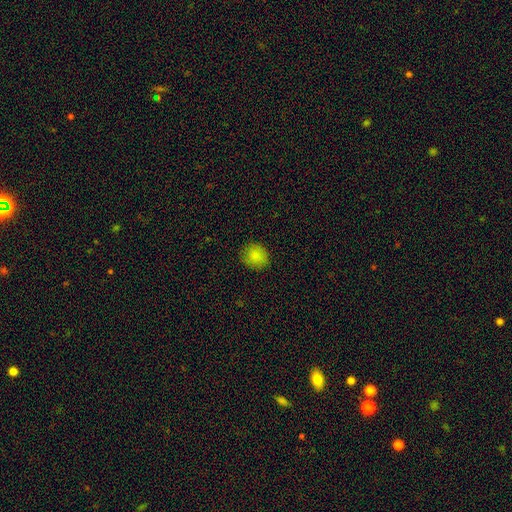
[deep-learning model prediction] Morphology: type=smooth (84%); roundness=round (81%); merging=none (85%).